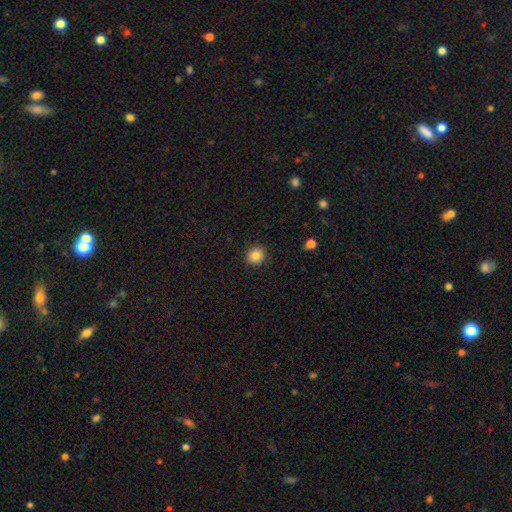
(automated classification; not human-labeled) Morphology: type=smooth (85%); roundness=round (88%); merging=none (91%).